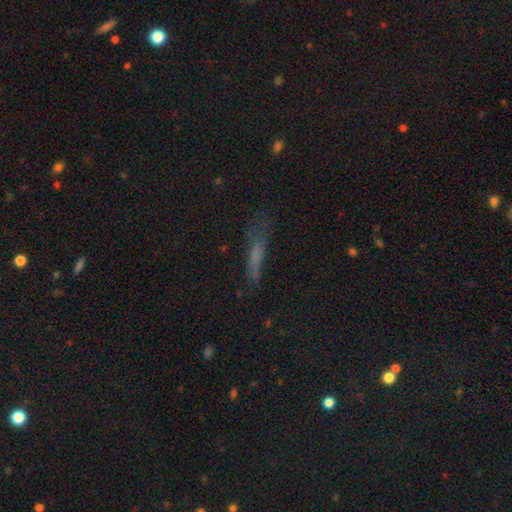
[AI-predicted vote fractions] Overall: smooth (58%; featured or disk 27%). How rounded: cigar-shaped (84%). Merging: none (56%; minor disturbance 25%).